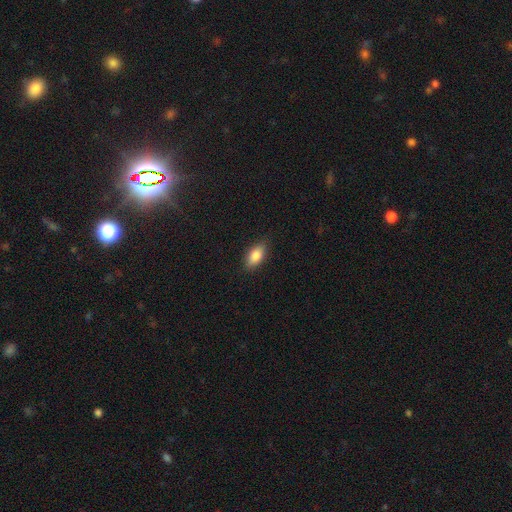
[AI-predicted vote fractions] smooth 84%, featured or disk 9%, star or artifact 7%. Down the decision tree: how rounded — in between (88%); merging — none (86%).